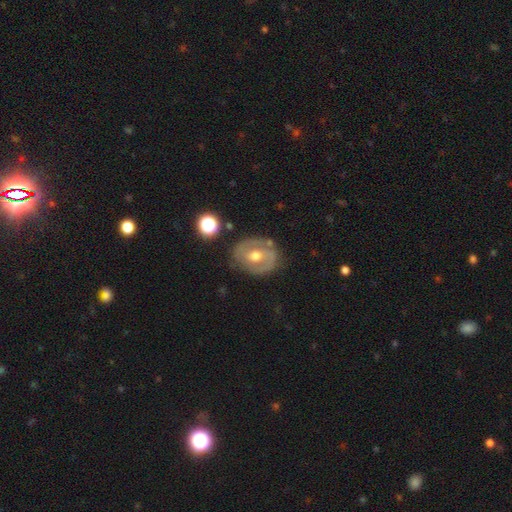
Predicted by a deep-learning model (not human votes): A featured or disk galaxy (68%) with no bar (43%), spiral arms (56%) and a moderate central bulge (76%). Merging: none (77%).